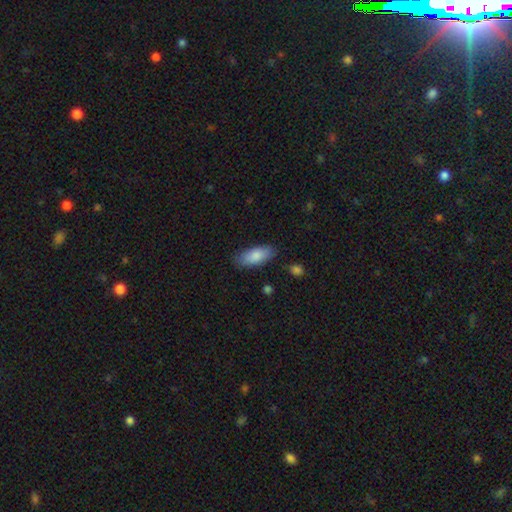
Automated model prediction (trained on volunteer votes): Smooth or featured? smooth (85%)
How rounded? in between (84%)
Merging? none (82%)